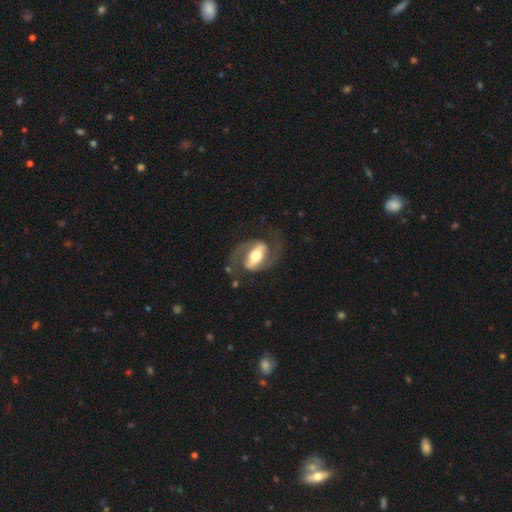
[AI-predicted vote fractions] Morphology: type=featured or disk (86%); edge-on=no (96%); bar=strong (60%); spiral arms=yes (92%); winding=medium (56%); arm count=2 (92%); bulge=moderate (62%); merging=none (71%).